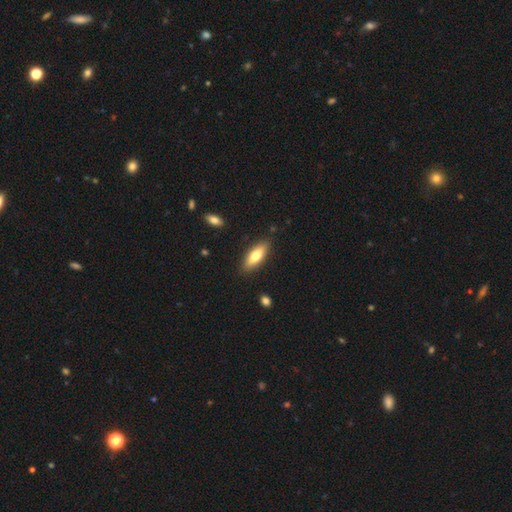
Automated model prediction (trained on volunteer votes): The model was most divided on "how rounded": in between: 55%, cigar-shaped: 43%, round: 2%. More confident: merging — none (86%); smooth or featured — smooth (69%).